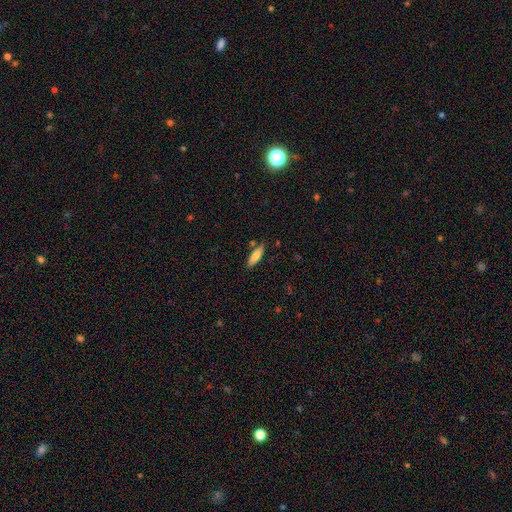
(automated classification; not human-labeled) This appears to be a smooth galaxy with no disk features (78%) that is cigar-shaped (50%). Merging: none (80%).